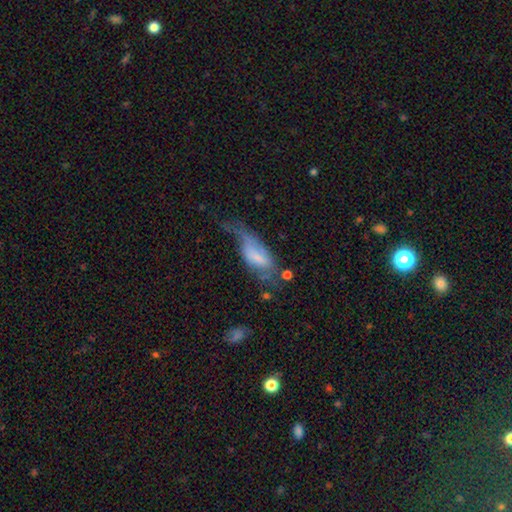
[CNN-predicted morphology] smooth_or_featured: smooth (p=0.50) [alt: featured or disk p=0.41]
merging: major disturbance (p=0.45) [alt: minor disturbance p=0.27]